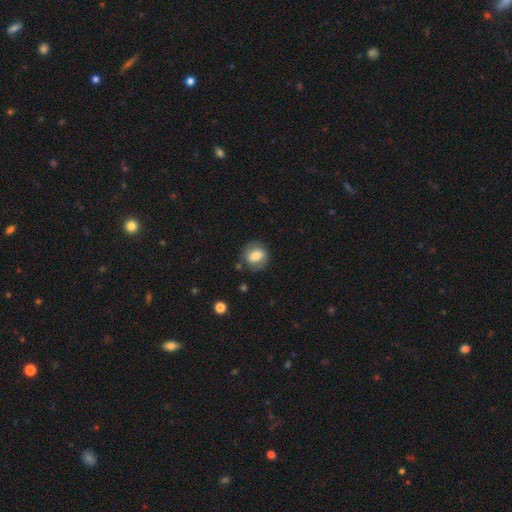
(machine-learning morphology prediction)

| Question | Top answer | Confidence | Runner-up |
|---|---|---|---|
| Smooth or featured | smooth | 61% | featured or disk (31%) |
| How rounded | round | 67% | in between (32%) |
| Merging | none | 76% | minor disturbance (15%) |